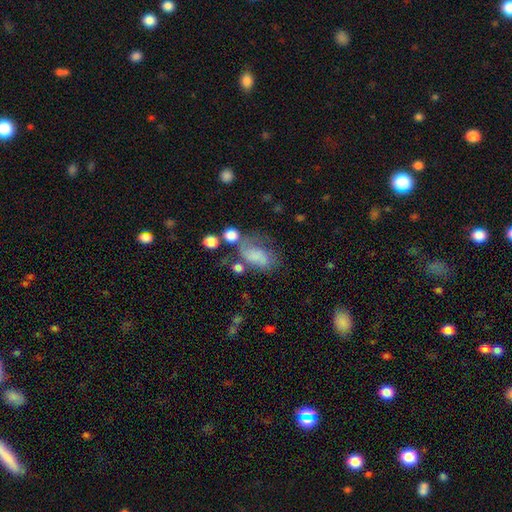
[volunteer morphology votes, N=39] Smooth or featured? featured or disk (51%)
Edge-on disk? no (95%)
Bar? no (74%)
Spiral arms? yes (89%)
Spiral winding? loose (47%)
Spiral arm count? 1 (47%)
Bulge size? none (79%)
Merging? major disturbance (53%)